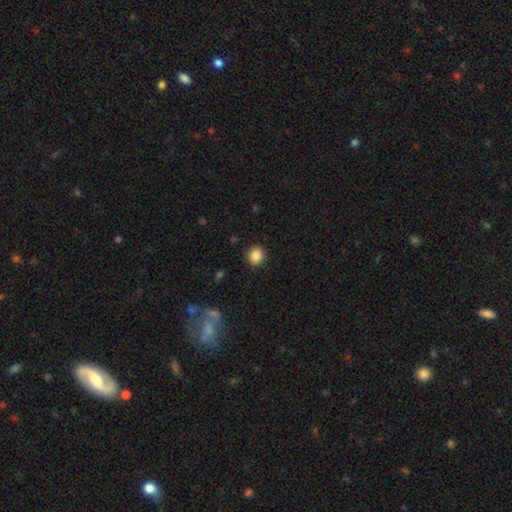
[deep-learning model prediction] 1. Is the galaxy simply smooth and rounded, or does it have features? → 87% smooth, 9% star or artifact, 4% featured or disk.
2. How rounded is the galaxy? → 75% round, 24% in between, 1% cigar-shaped.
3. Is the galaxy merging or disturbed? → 89% none, 8% minor disturbance, 2% major disturbance, 1% merger.